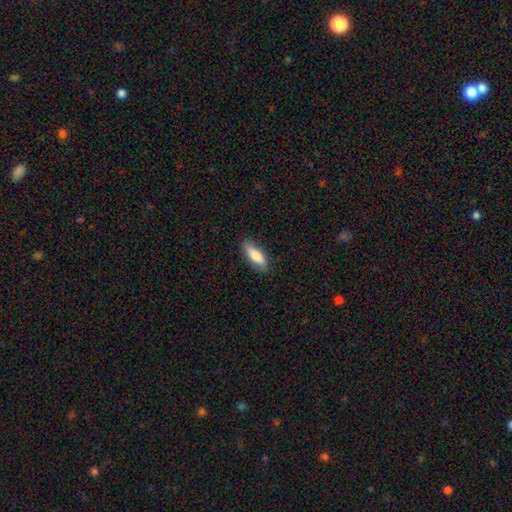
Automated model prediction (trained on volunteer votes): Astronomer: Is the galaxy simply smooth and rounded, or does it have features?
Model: smooth — 70%.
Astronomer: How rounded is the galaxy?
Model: in between — 66%.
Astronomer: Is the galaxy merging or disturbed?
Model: none — 81%.